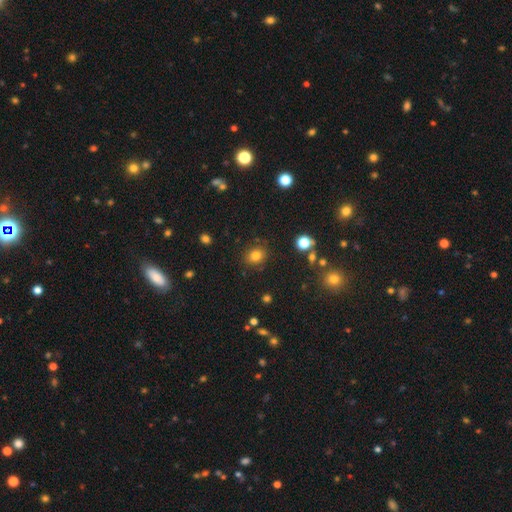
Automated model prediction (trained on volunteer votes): Morphology: type=smooth (79%); roundness=round (68%); merging=none (84%).